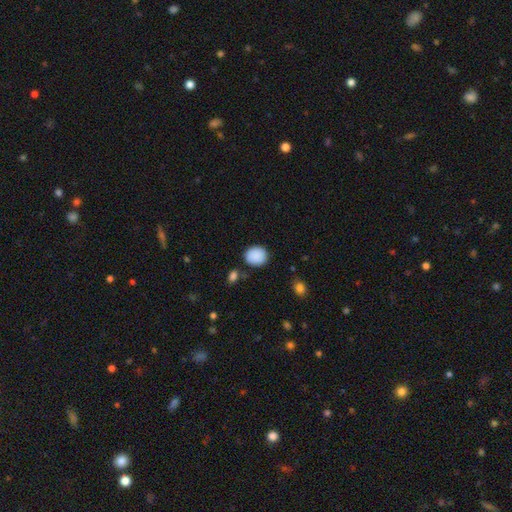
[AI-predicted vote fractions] smooth-or-featured: smooth: 90% | star or artifact: 7% | featured or disk: 3%
  how-rounded: round: 73% | in between: 26% | cigar-shaped: 1%
  merging: none: 84% | minor disturbance: 10% | merger: 3% | major disturbance: 3%